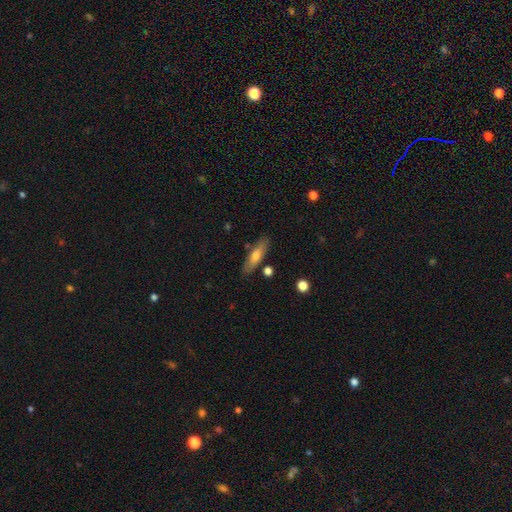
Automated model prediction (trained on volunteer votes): A smooth galaxy with no disk features (65%) that is cigar-shaped (60%).

Vote fractions:
- Smooth or featured? smooth: 65% / featured or disk: 29% / star or artifact: 6%
- How rounded? cigar-shaped: 60% / in between: 38% / round: 2%
- Merging? none: 82% / minor disturbance: 11% / merger: 4% / major disturbance: 2%